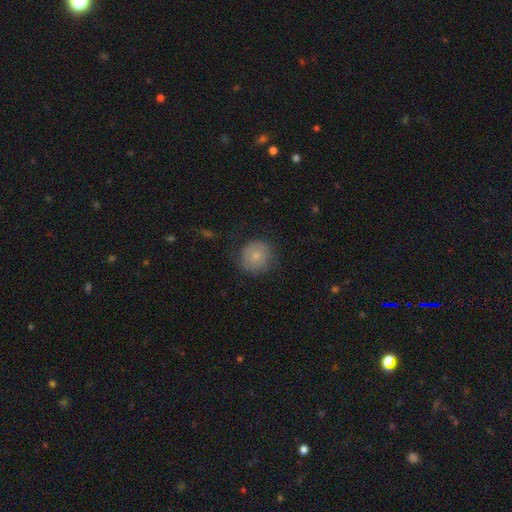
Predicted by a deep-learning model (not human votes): A smooth galaxy with no disk features (74%) that is round (91%). Merging: none (76%).